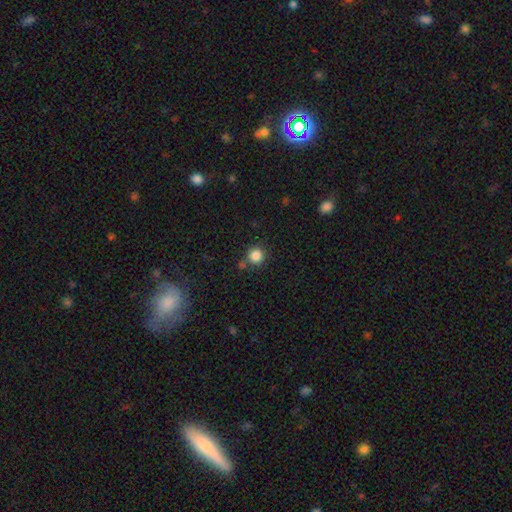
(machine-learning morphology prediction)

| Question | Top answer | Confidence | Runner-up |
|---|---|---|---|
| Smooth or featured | smooth | 84% | star or artifact (11%) |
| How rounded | round | 94% | in between (5%) |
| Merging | none | 79% | minor disturbance (9%) |